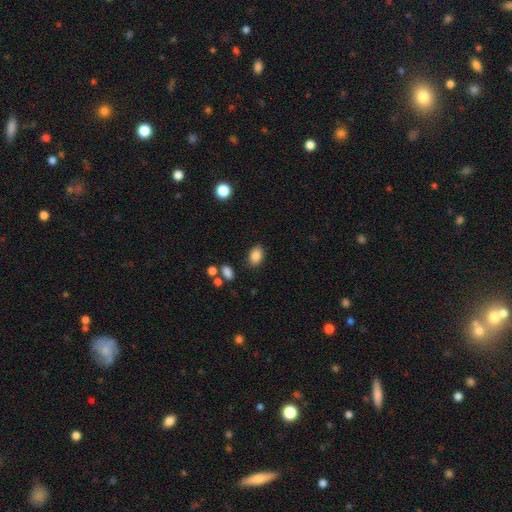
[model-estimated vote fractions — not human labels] A smooth galaxy with no disk features (86%) that is in between round and cigar-shaped (83%). Merging: none (84%).